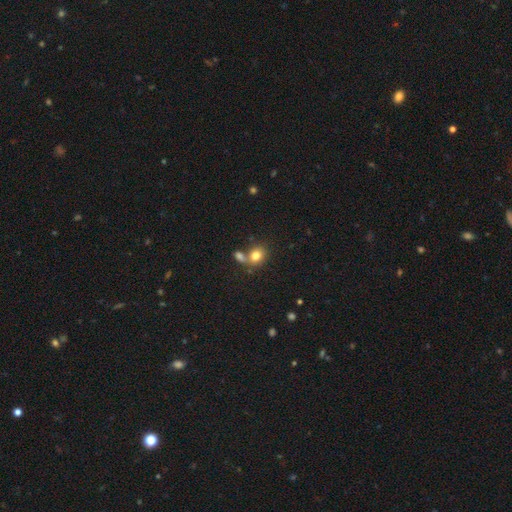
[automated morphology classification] Q: Smooth or featured?
A: smooth (79%); runner-up: star or artifact (11%)
Q: How rounded?
A: round (54%); runner-up: in between (45%)
Q: Merging?
A: none (47%); runner-up: merger (38%)